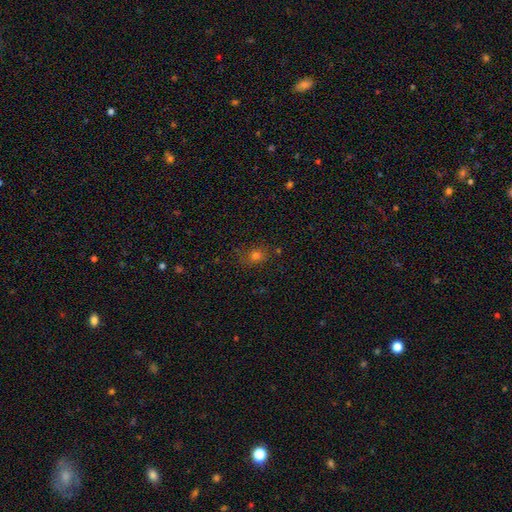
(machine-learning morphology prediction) Q: Smooth or featured?
A: smooth (71%); runner-up: star or artifact (21%)
Q: How rounded?
A: round (71%); runner-up: in between (27%)
Q: Merging?
A: none (77%); runner-up: minor disturbance (16%)